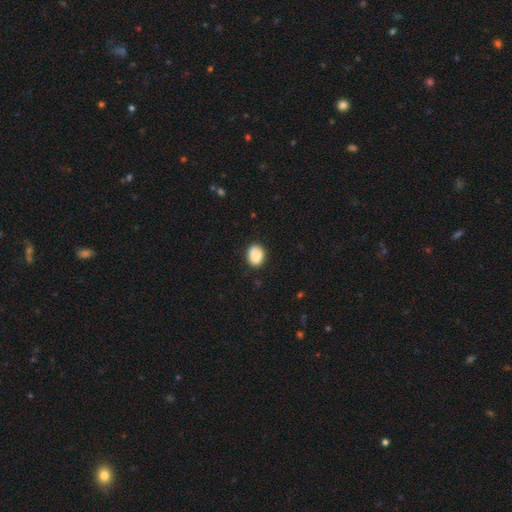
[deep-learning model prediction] Overall: smooth (81%). How rounded: in between (54%; round 45%). Merging: none (72%).